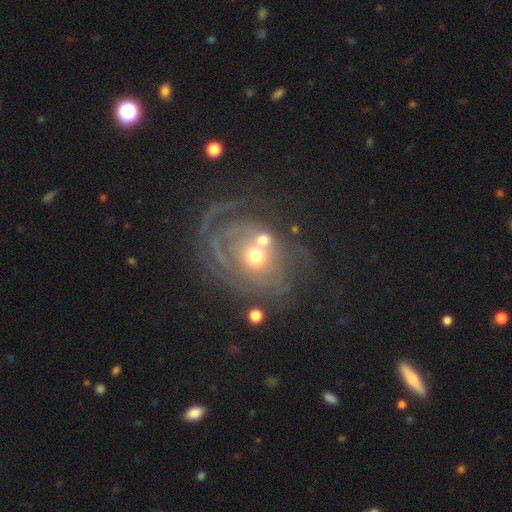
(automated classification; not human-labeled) Morphology: type=featured or disk (74%); edge-on=no (96%); bar=no (83%); spiral arms=yes (75%); winding=tight (57%); arm count=can't tell (40%); bulge=moderate (52%); merging=none (45%).